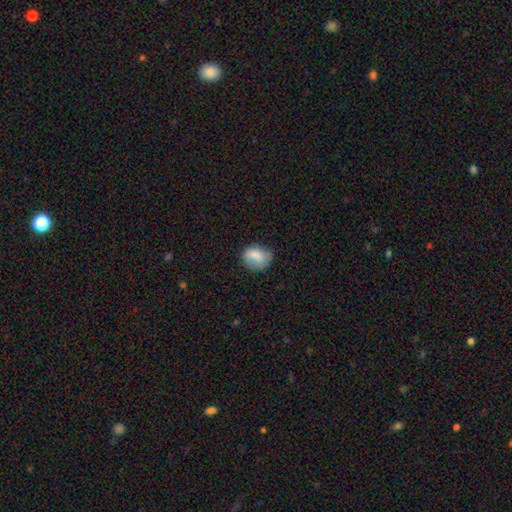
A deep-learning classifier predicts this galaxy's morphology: Smooth or featured? Predicted: smooth (p=0.78). How rounded? Predicted: in between (p=0.52). Merging? Predicted: none (p=0.56).